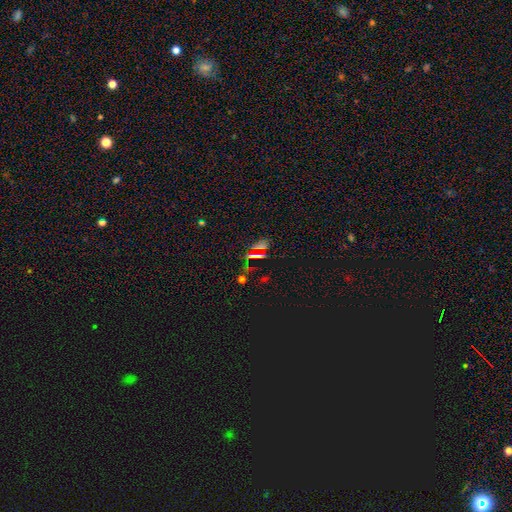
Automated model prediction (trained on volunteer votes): Q: Smooth or featured?
A: star or artifact (44%); runner-up: smooth (42%)